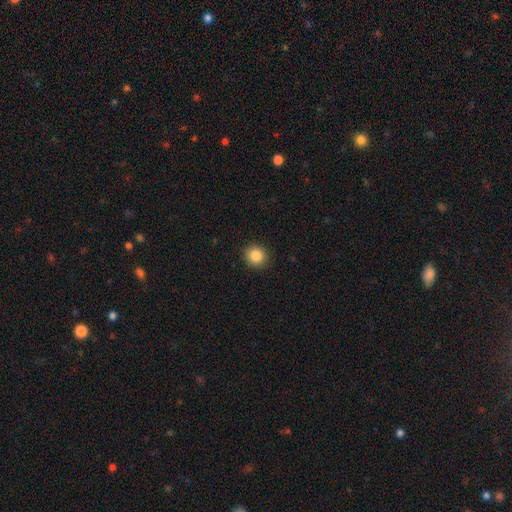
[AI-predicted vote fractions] Morphology: type=smooth (86%); roundness=round (88%); merging=none (91%).